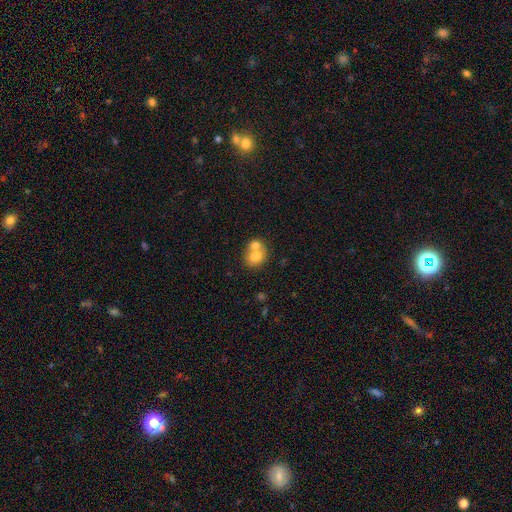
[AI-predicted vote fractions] This appears to be a smooth galaxy with no disk features (74%) that is round (65%). Merging: merger (56%).